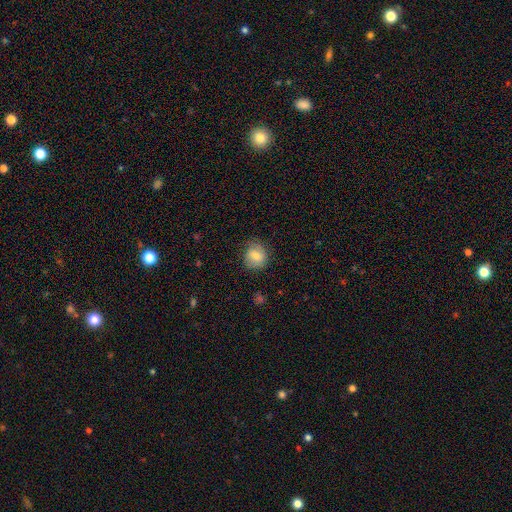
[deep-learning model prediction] Smooth or featured? smooth (73%)
How rounded? round (74%)
Merging? none (74%)